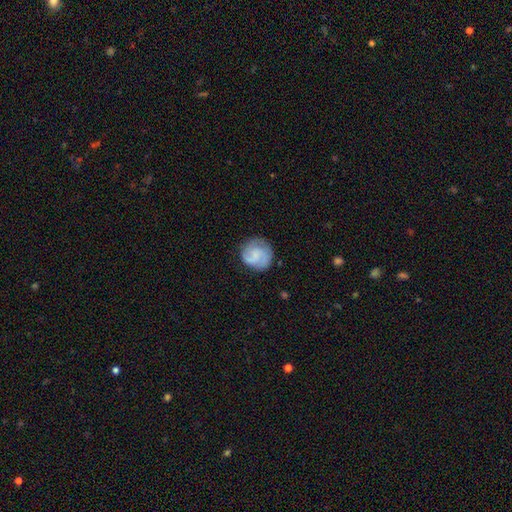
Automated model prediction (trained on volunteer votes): The model was most divided on "bulge size": none: 46%, small: 35%, moderate: 15%, large: 3%, dominant: 1%. More confident: edge-on disk — no (98%); spiral arms — yes (91%); merging — none (75%); bar — no (58%); smooth or featured — featured or disk (54%).